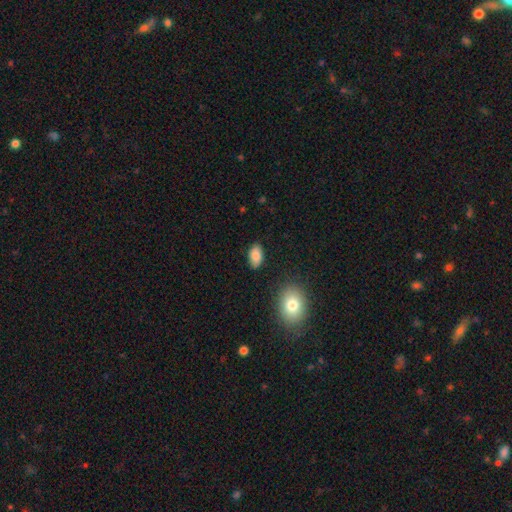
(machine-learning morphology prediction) Smooth or featured? Predicted: smooth (p=0.85). How rounded? Predicted: in between (p=0.93). Merging? Predicted: none (p=0.85).